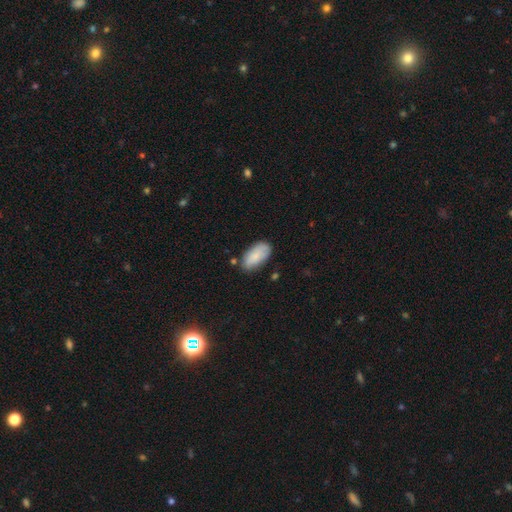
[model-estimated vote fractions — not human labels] Smooth or featured: smooth — 81% (featured or disk — 13%)
How rounded: in between — 93% (cigar-shaped — 4%)
Merging: none — 69% (minor disturbance — 22%)